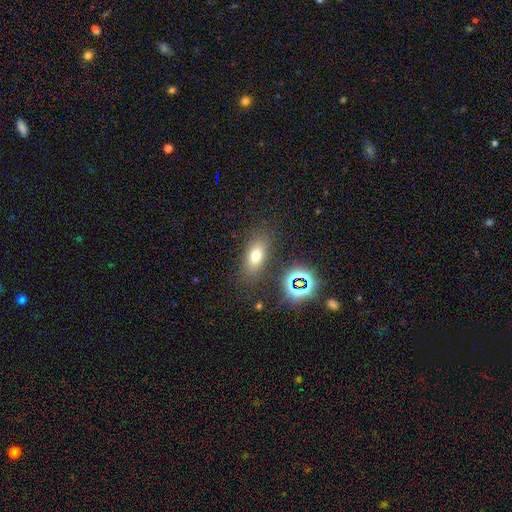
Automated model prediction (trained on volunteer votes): Q: Smooth or featured?
A: smooth (65%); runner-up: star or artifact (19%)
Q: How rounded?
A: in between (77%); runner-up: round (13%)
Q: Merging?
A: none (81%); runner-up: minor disturbance (11%)